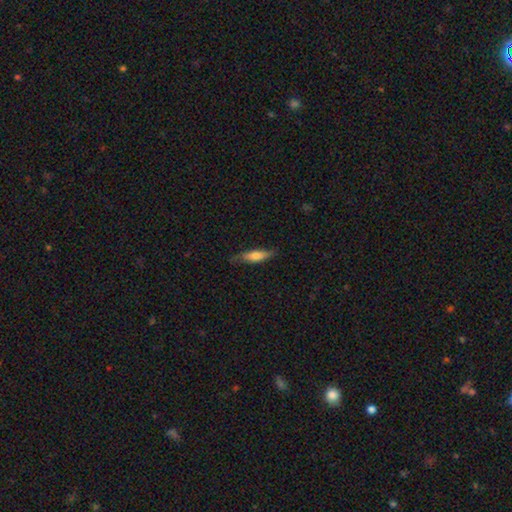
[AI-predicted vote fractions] Smooth or featured? smooth (65%)
How rounded? cigar-shaped (62%)
Merging? none (74%)